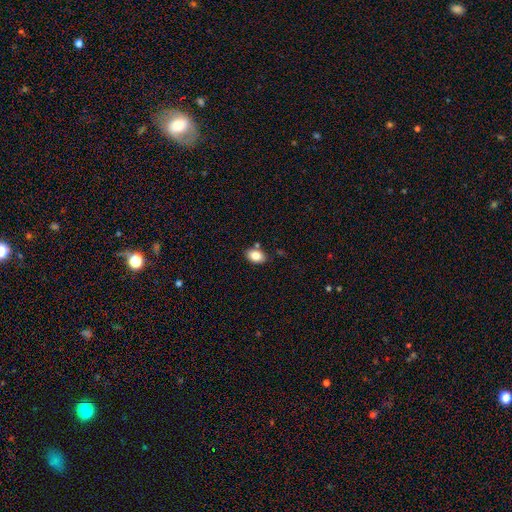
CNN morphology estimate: Overall: smooth (84%). How rounded: in between (83%). Merging: none (79%).